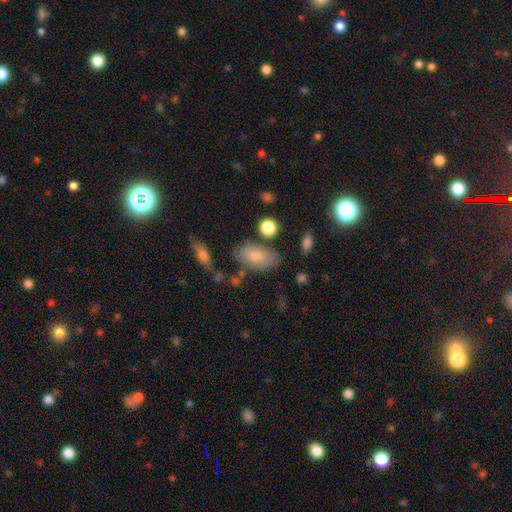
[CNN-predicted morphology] type=smooth (78%); roundness=in between (92%); merging=none (70%).